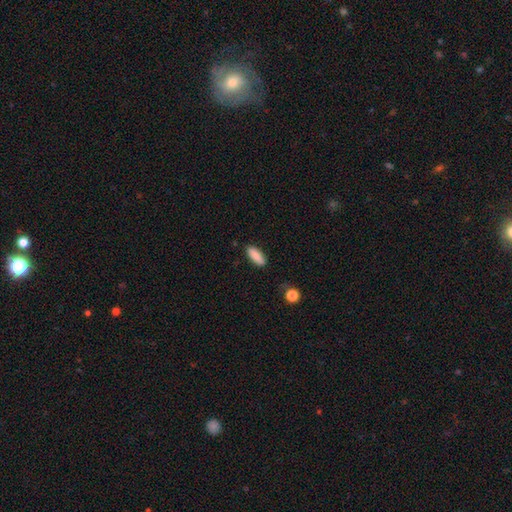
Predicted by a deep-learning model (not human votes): smooth_or_featured: smooth (p=0.88) [alt: star or artifact p=0.07]
how_rounded: in between (p=0.70) [alt: cigar-shaped p=0.28]
merging: none (p=0.86) [alt: minor disturbance p=0.10]